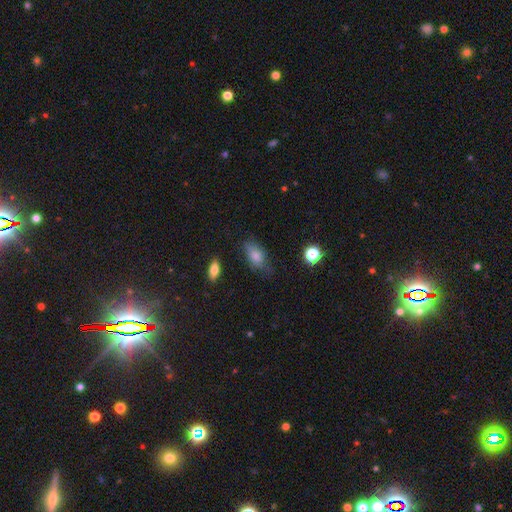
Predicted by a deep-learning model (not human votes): Smooth or featured? smooth (78%)
How rounded? in between (87%)
Merging? none (56%)